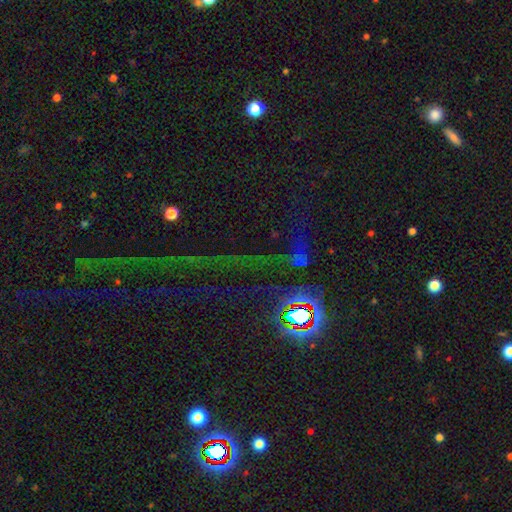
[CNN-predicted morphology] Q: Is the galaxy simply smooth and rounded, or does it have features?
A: star or artifact — 80%.